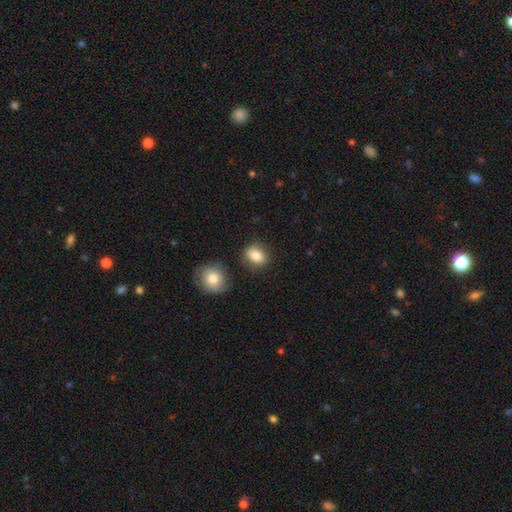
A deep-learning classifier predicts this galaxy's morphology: This appears to be a smooth galaxy with no disk features (83%) that is in between round and cigar-shaped (62%). Merging: none (80%).